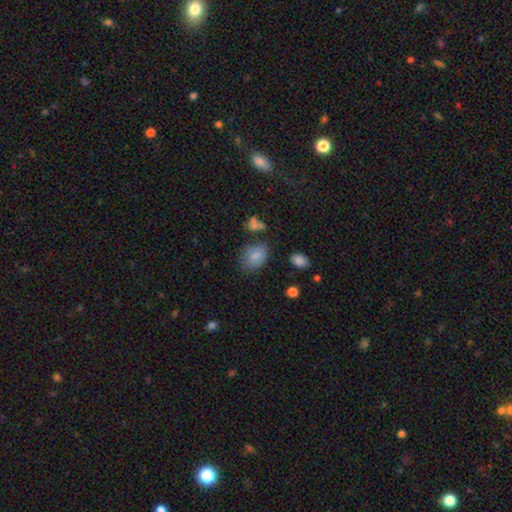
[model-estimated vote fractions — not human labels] A smooth galaxy with no disk features (81%) that is in between round and cigar-shaped (72%).

Vote fractions:
- Smooth or featured? smooth: 81% / featured or disk: 10% / star or artifact: 9%
- How rounded? in between: 72% / round: 27% / cigar-shaped: 1%
- Merging? none: 61% / minor disturbance: 24% / major disturbance: 8% / merger: 6%